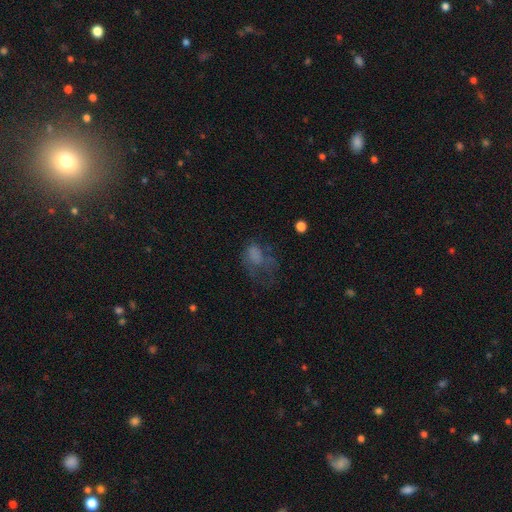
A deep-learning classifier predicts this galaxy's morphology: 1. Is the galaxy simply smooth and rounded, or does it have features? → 55% smooth, 29% featured or disk, 16% star or artifact.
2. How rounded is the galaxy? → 73% in between, 26% round, 2% cigar-shaped.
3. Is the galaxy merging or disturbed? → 51% major disturbance, 24% none, 19% minor disturbance, 5% merger.